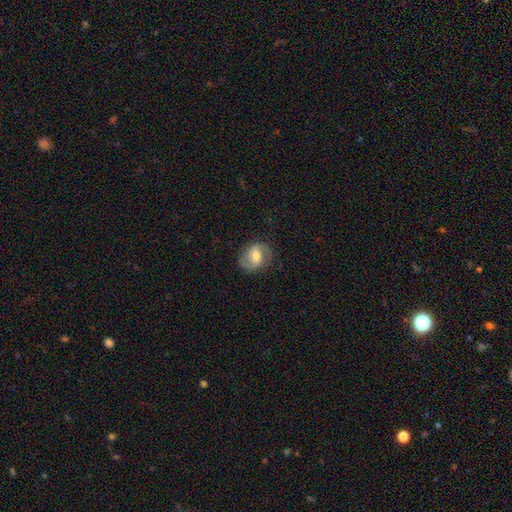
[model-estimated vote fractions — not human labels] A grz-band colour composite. It shows a featured or disk galaxy (62%) with a weak bar (46%), spiral arms (83%) and a moderate central bulge (66%). Merging: none (77%).